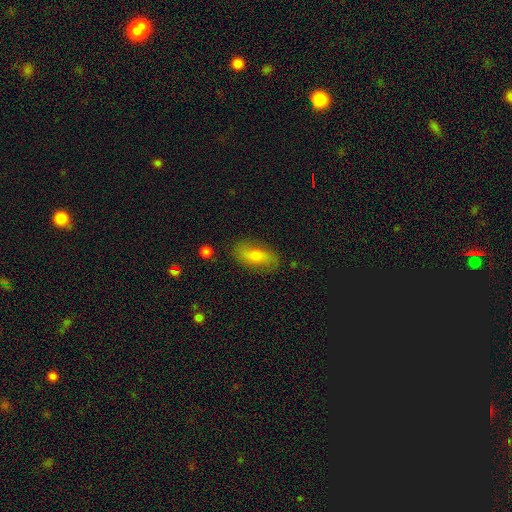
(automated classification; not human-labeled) Smooth or featured? Predicted: smooth (p=0.63). How rounded? Predicted: in between (p=0.85). Merging? Predicted: none (p=0.81).